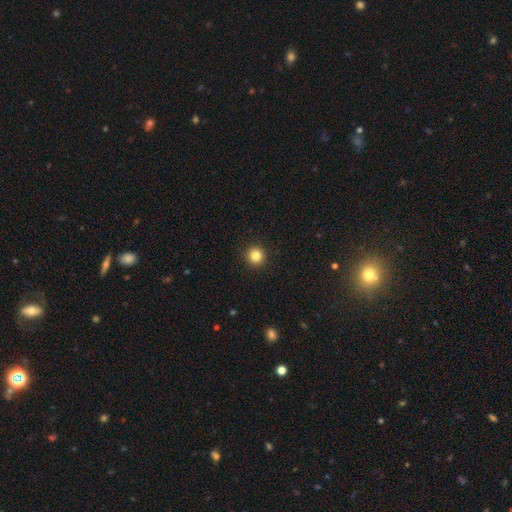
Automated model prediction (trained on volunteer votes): smooth-or-featured: smooth: 84% | star or artifact: 12% | featured or disk: 5%
  how-rounded: round: 95% | in between: 4% | cigar-shaped: 1%
  merging: none: 94% | minor disturbance: 4% | major disturbance: 2% | merger: 1%